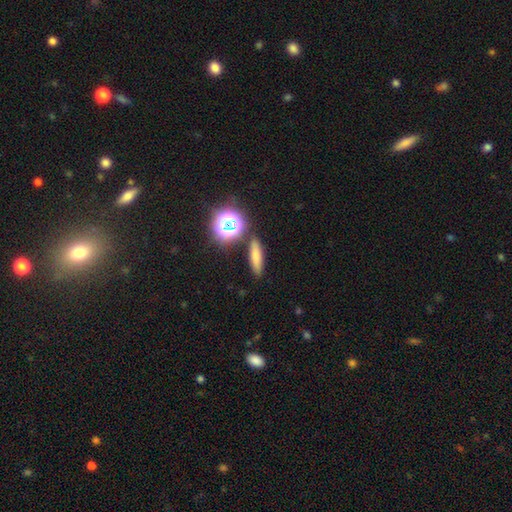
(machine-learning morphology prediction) A smooth galaxy with no disk features (69%) that is cigar-shaped (59%).

Vote fractions:
- Smooth or featured? smooth: 69% / star or artifact: 18% / featured or disk: 12%
- How rounded? cigar-shaped: 59% / in between: 28% / round: 14%
- Merging? none: 83% / minor disturbance: 9% / merger: 5% / major disturbance: 3%